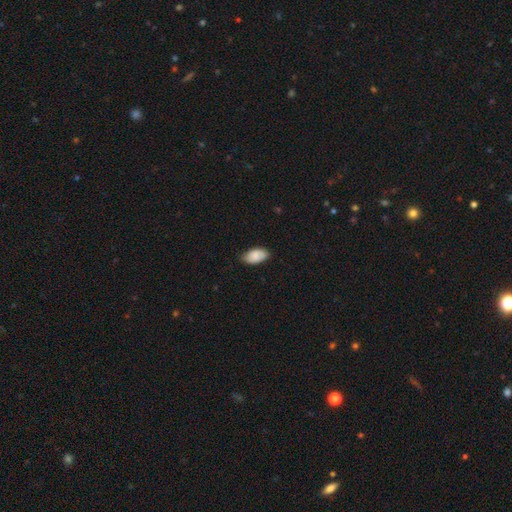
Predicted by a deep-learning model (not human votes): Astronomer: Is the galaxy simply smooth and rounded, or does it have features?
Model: smooth — 81%.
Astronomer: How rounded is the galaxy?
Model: in between — 95%.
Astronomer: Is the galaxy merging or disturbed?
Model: none — 76%.